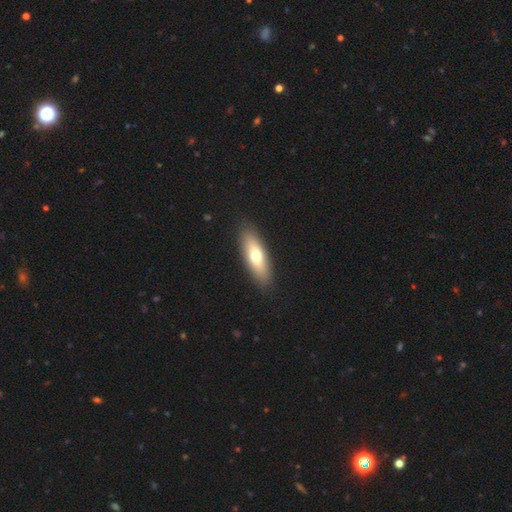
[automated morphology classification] Q: Smooth or featured?
A: smooth (66%); runner-up: featured or disk (28%)
Q: How rounded?
A: in between (59%); runner-up: cigar-shaped (39%)
Q: Merging?
A: none (89%); runner-up: minor disturbance (8%)